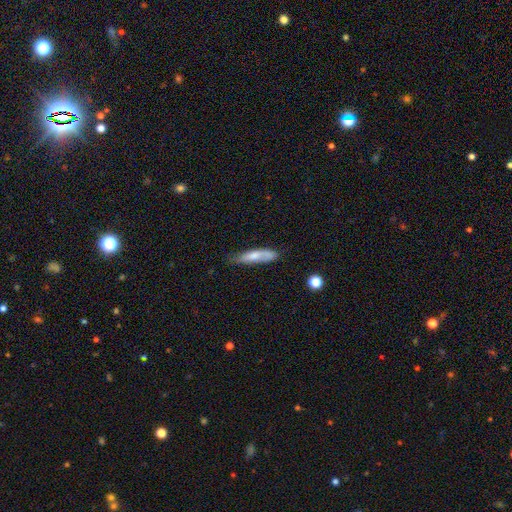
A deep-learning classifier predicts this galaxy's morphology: Smooth or featured? smooth (67%)
How rounded? cigar-shaped (70%)
Merging? none (62%)